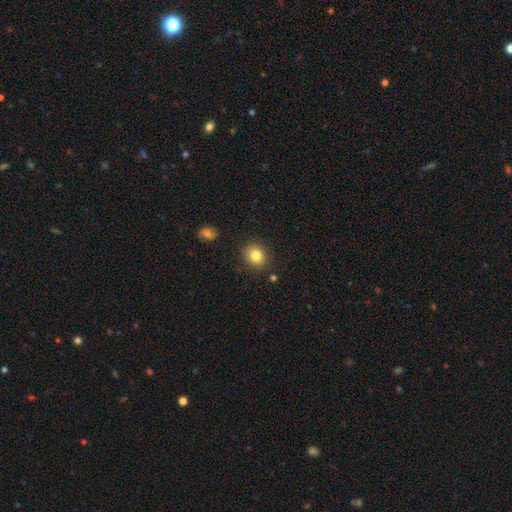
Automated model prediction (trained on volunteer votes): Smooth or featured: smooth — 82% (star or artifact — 11%)
How rounded: round — 71% (in between — 29%)
Merging: none — 86% (minor disturbance — 9%)